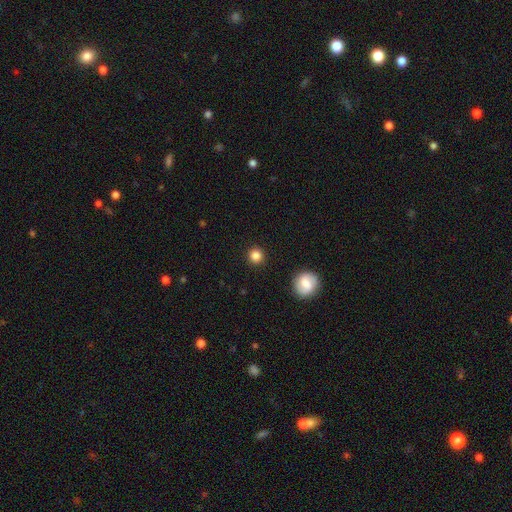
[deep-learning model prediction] smooth-or-featured: smooth: 84% | star or artifact: 10% | featured or disk: 6%
  how-rounded: round: 94% | in between: 5% | cigar-shaped: 1%
  merging: none: 91% | minor disturbance: 5% | major disturbance: 2% | merger: 1%